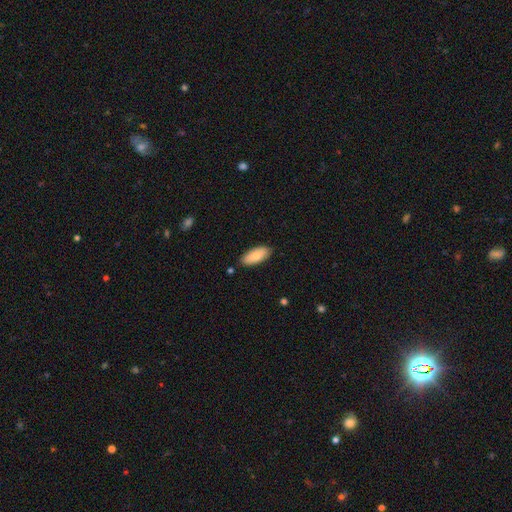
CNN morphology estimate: A smooth galaxy with no disk features (81%) that is in between round and cigar-shaped (84%). Merging: none (87%).